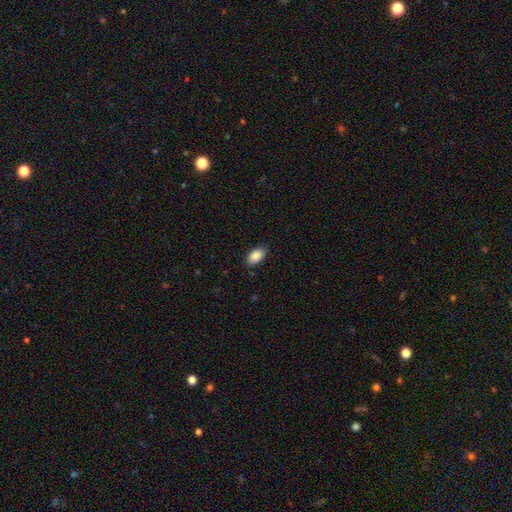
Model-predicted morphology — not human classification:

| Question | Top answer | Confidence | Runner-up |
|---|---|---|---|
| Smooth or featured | smooth | 88% | star or artifact (7%) |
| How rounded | in between | 94% | round (4%) |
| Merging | none | 86% | minor disturbance (11%) |